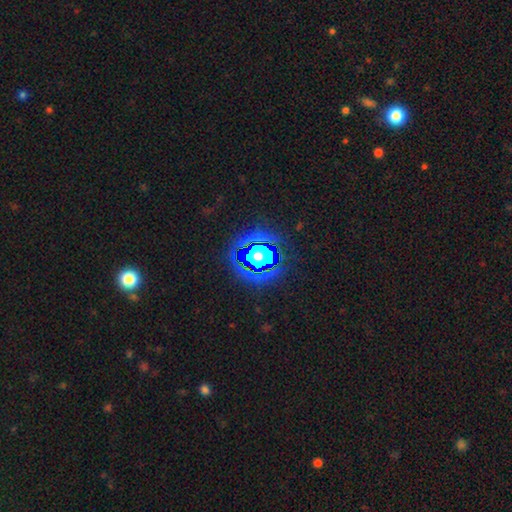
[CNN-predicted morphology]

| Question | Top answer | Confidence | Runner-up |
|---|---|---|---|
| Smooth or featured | star or artifact | 74% | smooth (16%) |